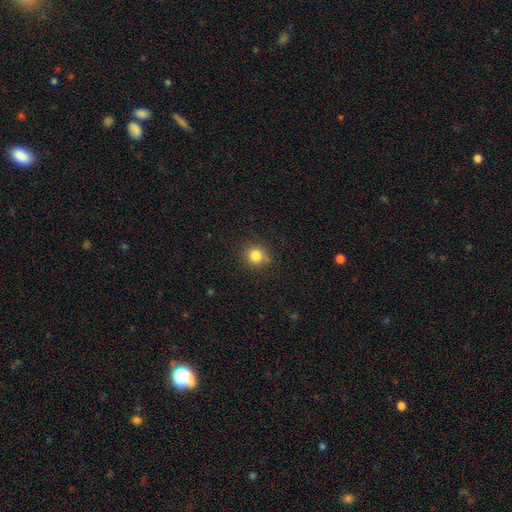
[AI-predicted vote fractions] Smooth or featured? smooth (82%)
How rounded? round (89%)
Merging? none (82%)